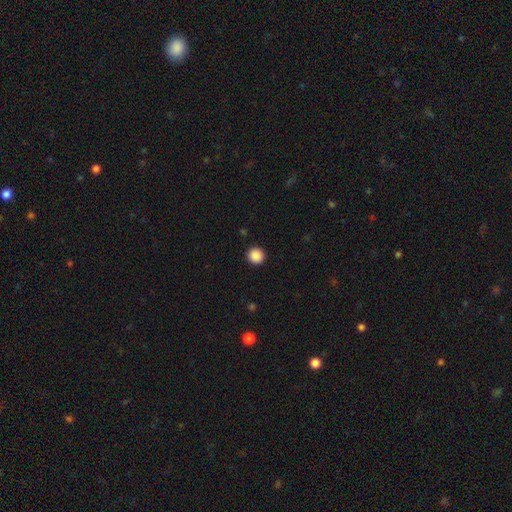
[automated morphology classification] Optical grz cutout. It shows a smooth galaxy with no disk features (88%) that is round (95%). Merging: none (93%).